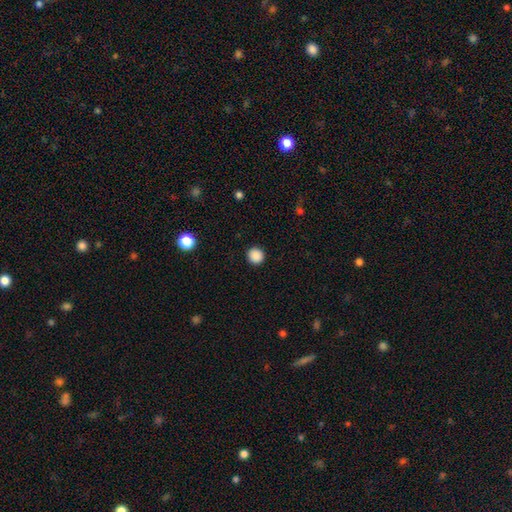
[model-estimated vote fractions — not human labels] smooth 88%, star or artifact 10%, featured or disk 2%. Down the decision tree: how rounded — round (94%); merging — none (92%).